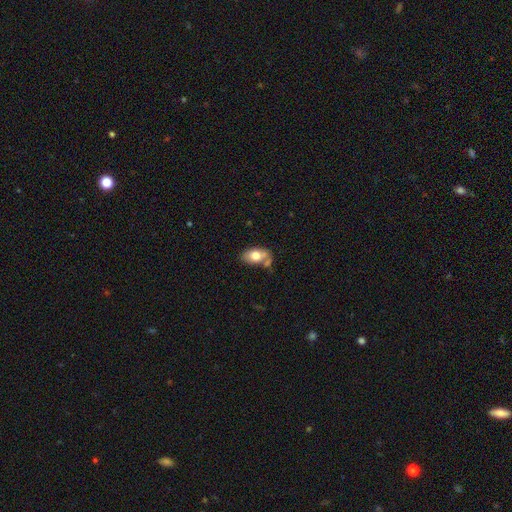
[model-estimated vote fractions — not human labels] smooth_or_featured: smooth (p=0.73) [alt: featured or disk p=0.20]
how_rounded: in between (p=0.89) [alt: round p=0.09]
merging: none (p=0.46) [alt: merger p=0.26]